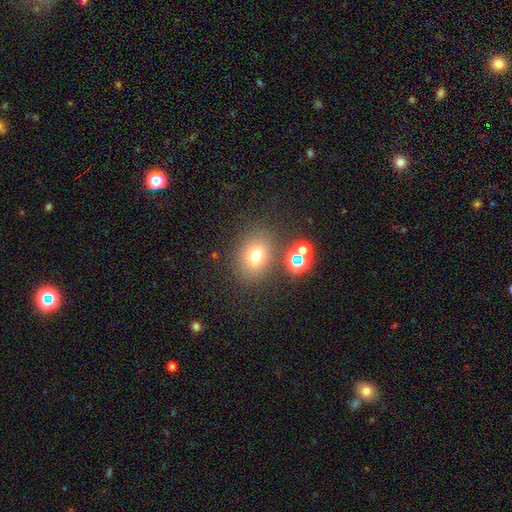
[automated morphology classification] smooth_or_featured: smooth (p=0.70) [alt: star or artifact p=0.19]
how_rounded: in between (p=0.51) [alt: round p=0.47]
merging: none (p=0.77) [alt: minor disturbance p=0.11]